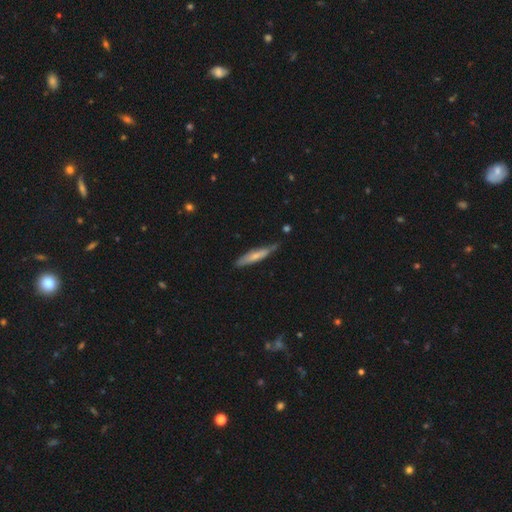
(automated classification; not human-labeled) Morphology: type=smooth (62%); roundness=cigar-shaped (88%); merging=none (66%).